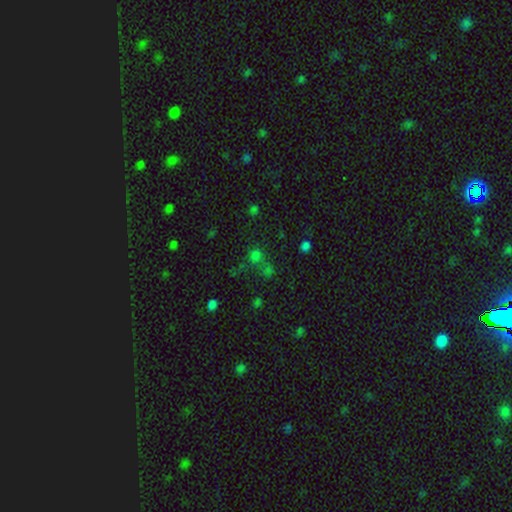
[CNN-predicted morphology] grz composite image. It shows a smooth galaxy with no disk features (57%) that is round (81%). Merging: none (49%).